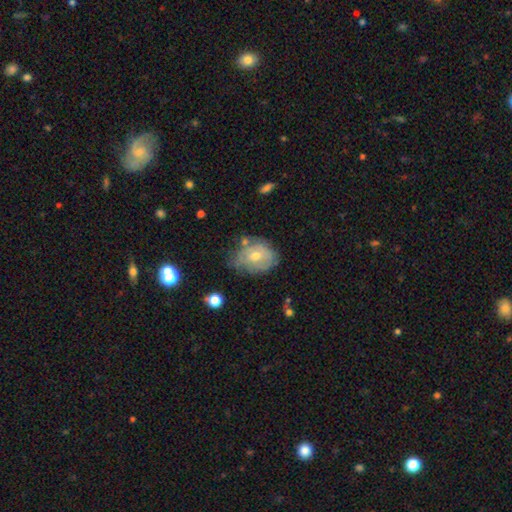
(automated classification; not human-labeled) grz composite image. It shows a featured or disk galaxy (49%). Merging: none (48%).